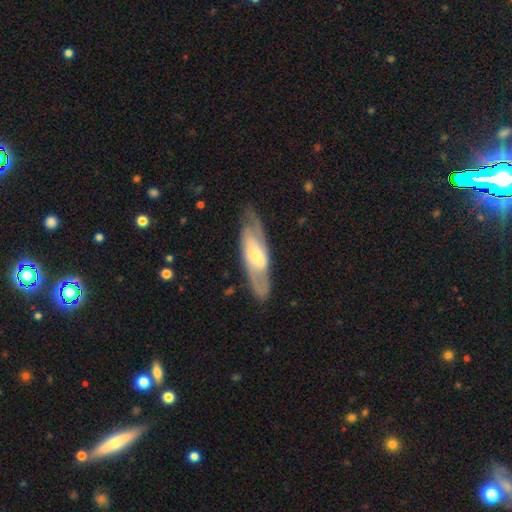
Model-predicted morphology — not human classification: Overall: featured or disk (69%). Edge-on disk: no (78%). Bar: weak (38%; no 36%). Spiral arms: yes (78%). Bulge size: moderate (45%; small 34%). Merging: none (77%).